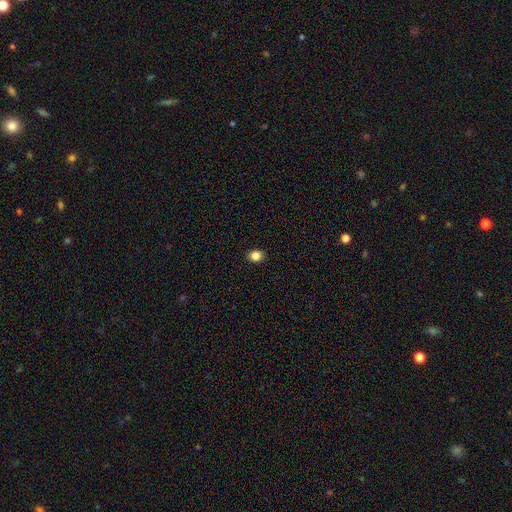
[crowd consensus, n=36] Q: Smooth or featured?
A: smooth (83%); runner-up: featured or disk (8%)
Q: How rounded?
A: round (70%); runner-up: in between (27%)
Q: Merging?
A: none (94%); runner-up: minor disturbance (3%)